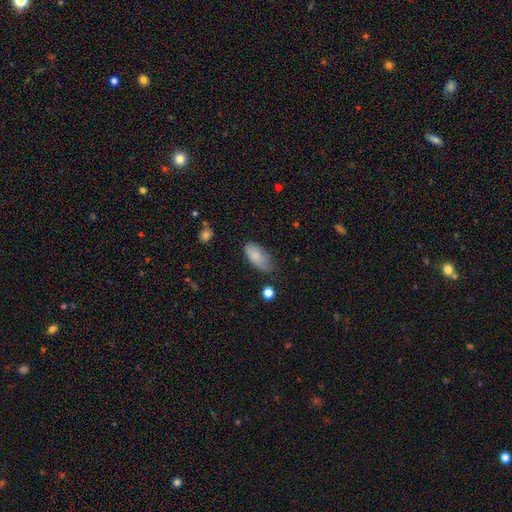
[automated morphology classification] smooth-or-featured: smooth: 80% | featured or disk: 13% | star or artifact: 7%
  how-rounded: in between: 91% | cigar-shaped: 6% | round: 3%
  merging: none: 51% | minor disturbance: 37% | major disturbance: 10% | merger: 2%